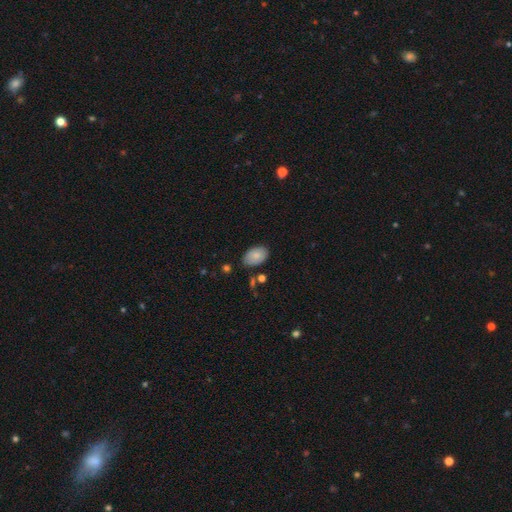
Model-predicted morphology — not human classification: This appears to be a smooth galaxy with no disk features (81%) that is in between round and cigar-shaped (91%). Merging: none (79%).